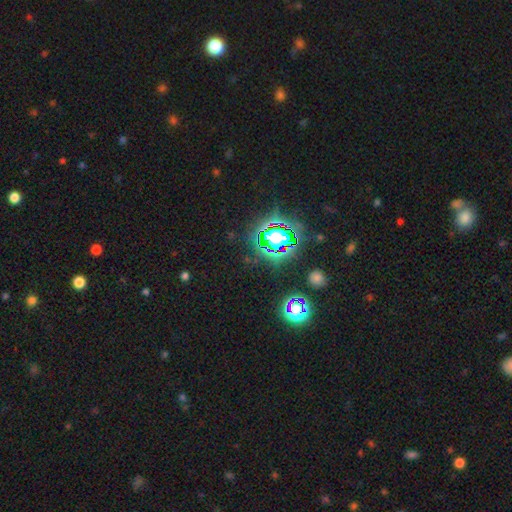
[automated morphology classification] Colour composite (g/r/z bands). It shows a star or artifact, not a galaxy (79%).